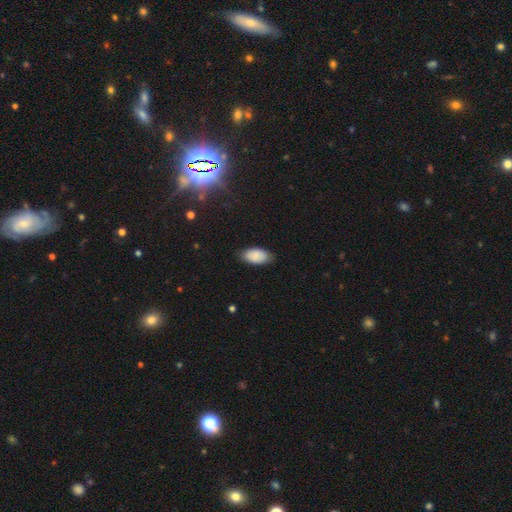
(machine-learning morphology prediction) This is clearly a smooth galaxy (87%). How rounded: clearly in between (94%). Merging: clearly none (81%).